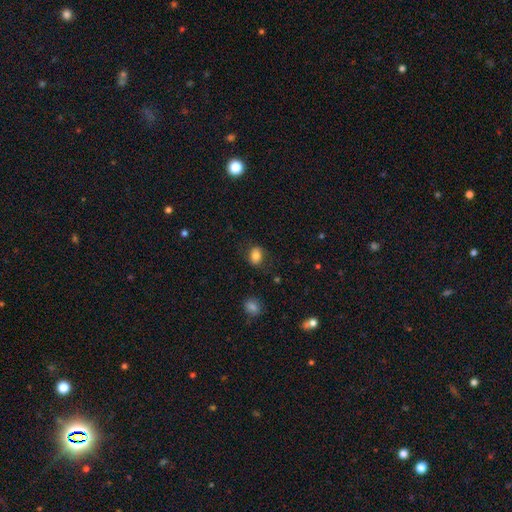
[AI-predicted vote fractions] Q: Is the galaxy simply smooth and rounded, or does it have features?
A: smooth — 81%.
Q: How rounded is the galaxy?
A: in between — 62%.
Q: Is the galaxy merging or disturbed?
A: none — 78%.